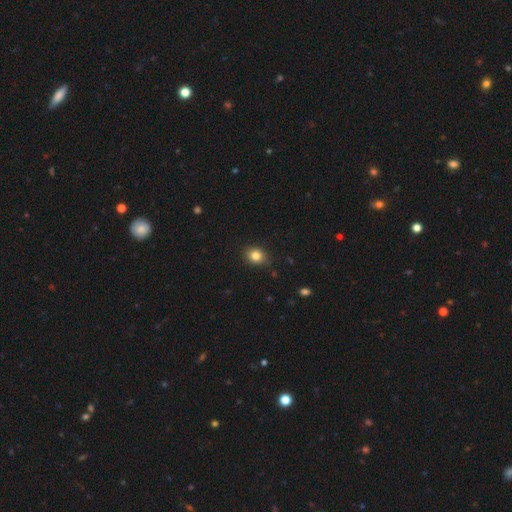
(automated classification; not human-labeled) smooth_or_featured: smooth (p=0.83) [alt: star or artifact p=0.11]
how_rounded: round (p=0.59) [alt: in between p=0.40]
merging: none (p=0.85) [alt: minor disturbance p=0.12]